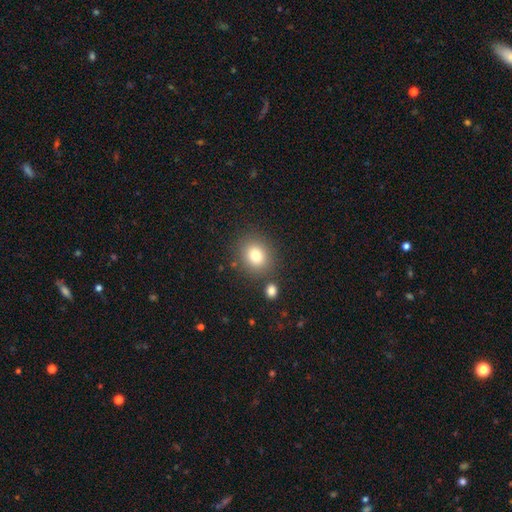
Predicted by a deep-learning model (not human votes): smooth-or-featured: smooth: 80% | star or artifact: 11% | featured or disk: 9%
  how-rounded: round: 70% | in between: 29% | cigar-shaped: 1%
  merging: none: 80% | minor disturbance: 9% | merger: 7% | major disturbance: 4%